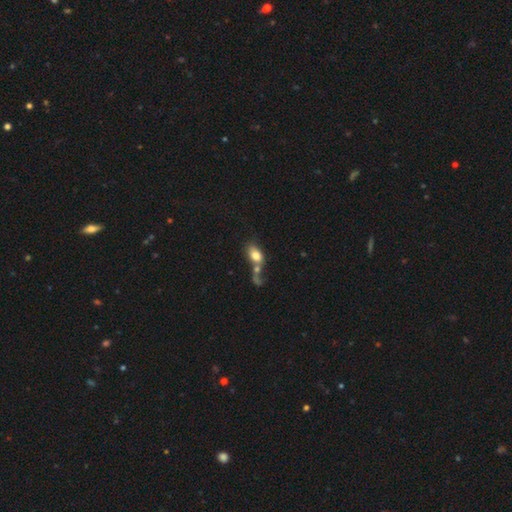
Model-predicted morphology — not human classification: Smooth or featured? Predicted: smooth (p=0.76). How rounded? Predicted: in between (p=0.81). Merging? Predicted: merger (p=0.54).